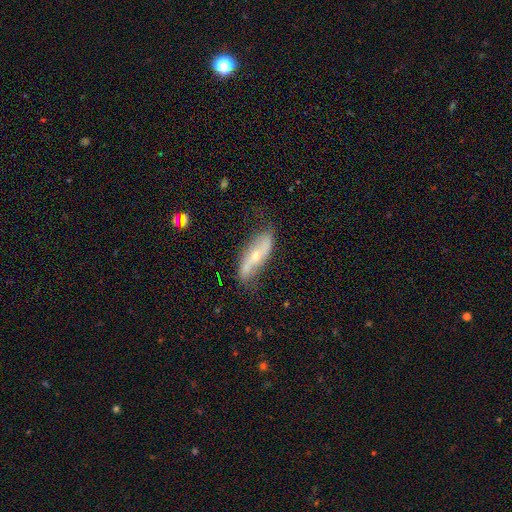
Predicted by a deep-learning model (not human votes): A featured or disk galaxy (73%) with no bar (48%), spiral arms (80%) and a small central bulge (58%).

Vote fractions:
- Smooth or featured? featured or disk: 73% / smooth: 21% / star or artifact: 6%
- Edge-on disk? no: 75% / yes: 25%
- Bar? no: 48% / strong: 30% / weak: 22%
- Spiral arms? yes: 80% / no: 20%
- Bulge size? small: 58% / moderate: 38% / large: 1% / none: 1% / dominant: 1%
- Merging? none: 65% / minor disturbance: 24% / major disturbance: 8% / merger: 2%